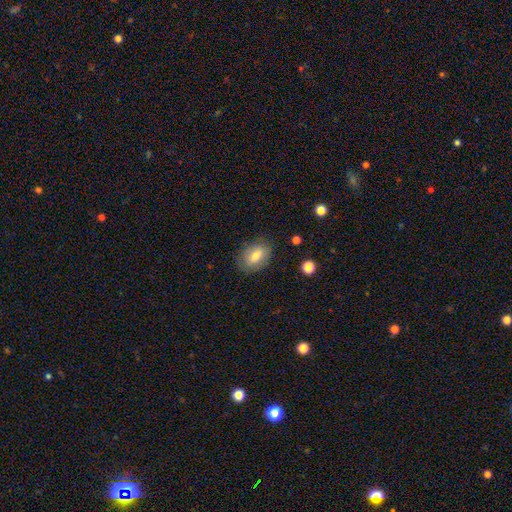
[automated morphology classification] Smooth or featured? smooth (77%)
How rounded? in between (85%)
Merging? none (82%)